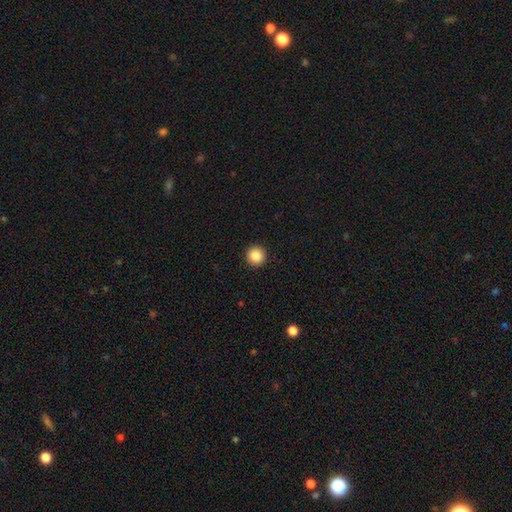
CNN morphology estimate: The model was most divided on "smooth or featured": smooth: 87%, star or artifact: 9%, featured or disk: 3%. More confident: how rounded — round (96%); merging — none (93%).